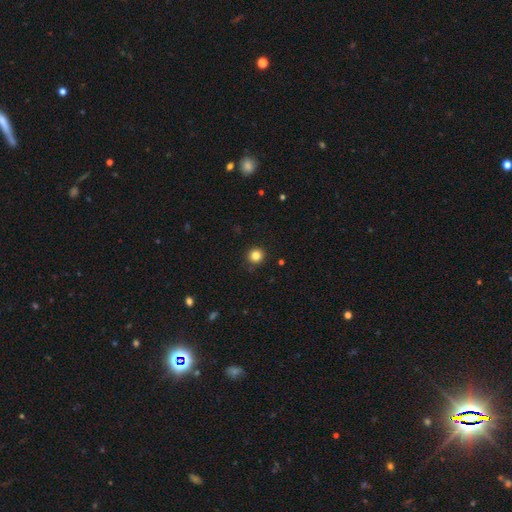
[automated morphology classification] Overall: smooth (84%). How rounded: round (94%). Merging: none (91%).